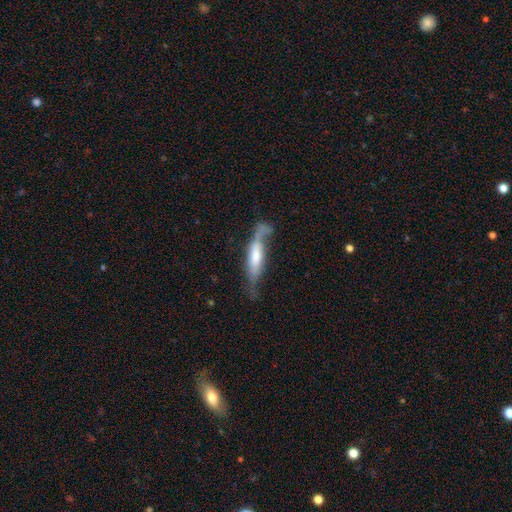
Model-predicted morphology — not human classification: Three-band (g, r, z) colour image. It shows a smooth galaxy with no disk features (53%) that is cigar-shaped (67%). Merging: none (34%).